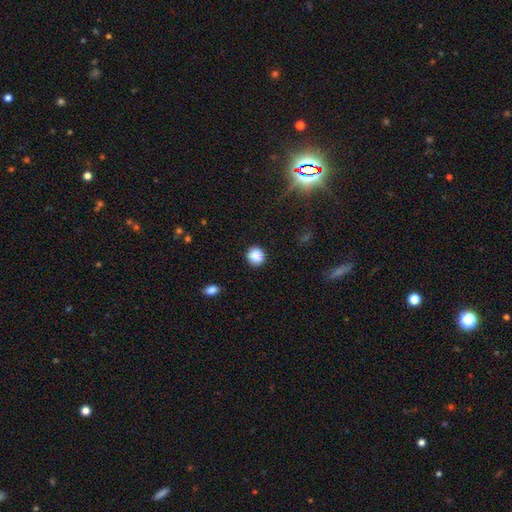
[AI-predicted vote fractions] This is clearly a smooth galaxy (88%). How rounded: clearly round (91%). Merging: clearly none (91%).